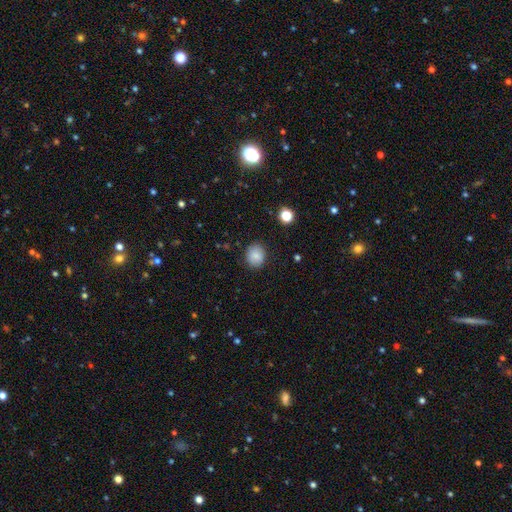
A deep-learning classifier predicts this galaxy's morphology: Overall: smooth (83%). How rounded: round (64%; in between 35%). Merging: none (85%).